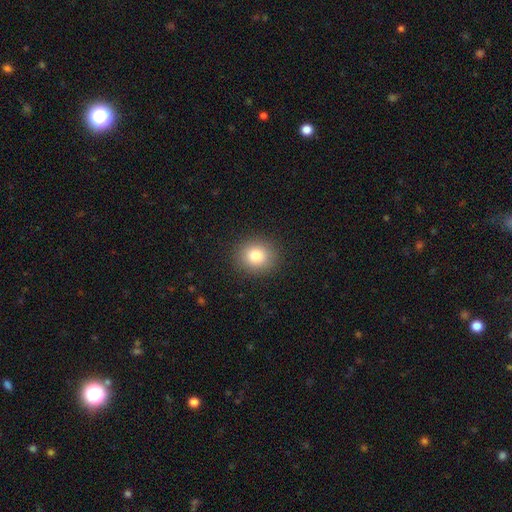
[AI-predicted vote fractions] Smooth or featured? Predicted: smooth (p=0.82). How rounded? Predicted: round (p=0.80). Merging? Predicted: none (p=0.90).